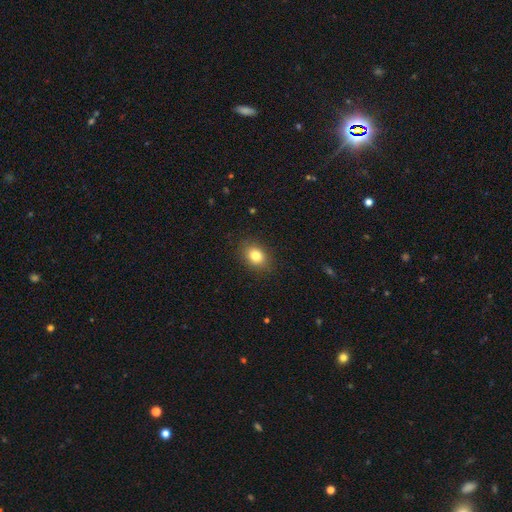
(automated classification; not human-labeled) Smooth or featured?
  - smooth: 82% *
  - star or artifact: 10%
  - featured or disk: 8%
How rounded?
  - in between: 66% *
  - round: 33%
  - cigar-shaped: 1%
Merging?
  - none: 87% *
  - minor disturbance: 9%
  - major disturbance: 3%
  - merger: 1%